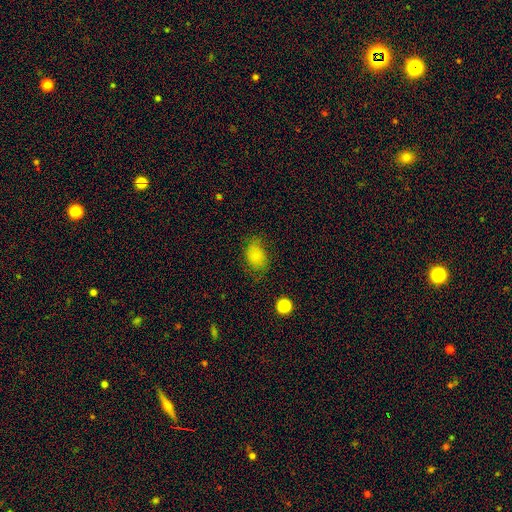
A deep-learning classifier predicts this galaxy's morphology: This appears to be a smooth galaxy with no disk features (79%) that is in between round and cigar-shaped (72%). Merging: none (66%).